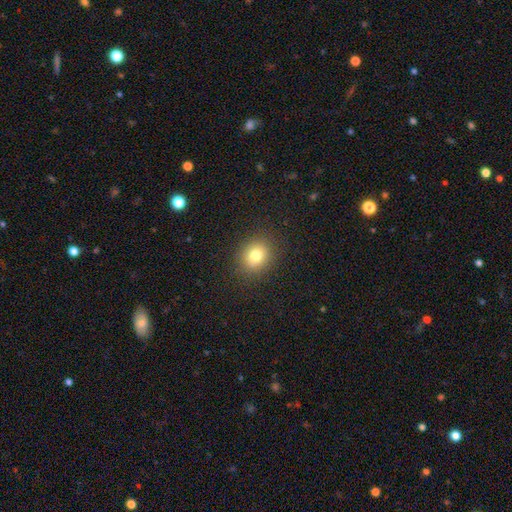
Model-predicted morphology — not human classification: This is likely a smooth galaxy (78%). How rounded: likely round (70%). Merging: clearly none (88%).